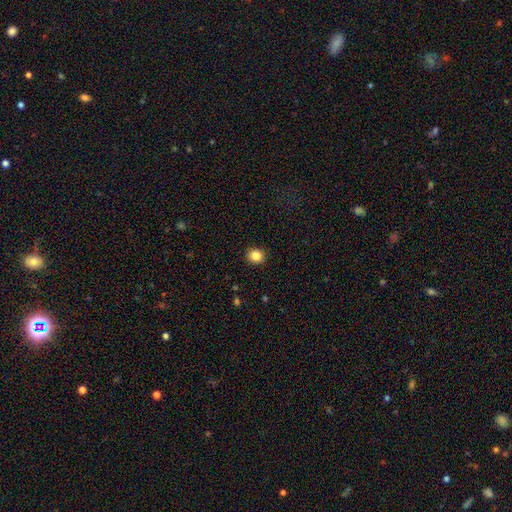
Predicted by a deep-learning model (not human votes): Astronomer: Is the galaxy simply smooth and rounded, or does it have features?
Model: smooth — 84%.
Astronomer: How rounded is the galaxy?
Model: round — 83%.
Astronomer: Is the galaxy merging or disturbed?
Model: none — 92%.